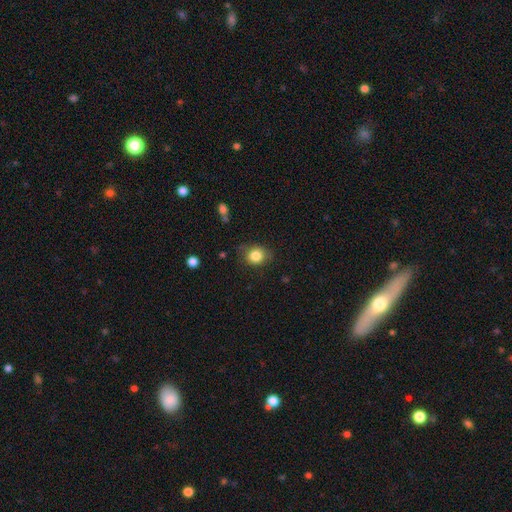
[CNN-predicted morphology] smooth 83%, star or artifact 10%, featured or disk 7%. Down the decision tree: how rounded — round (66%); merging — none (74%).